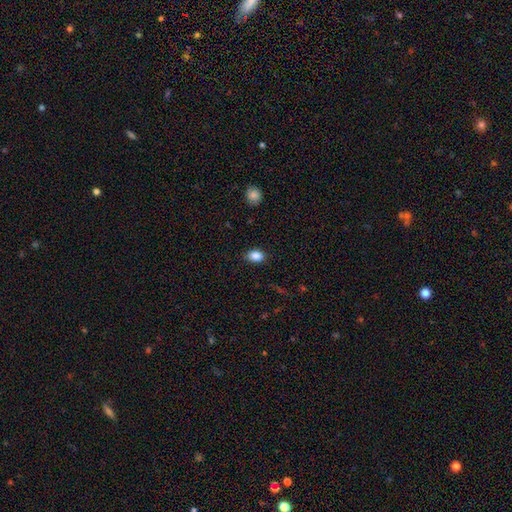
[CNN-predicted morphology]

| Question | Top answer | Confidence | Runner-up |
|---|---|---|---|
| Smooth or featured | smooth | 87% | star or artifact (9%) |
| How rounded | in between | 79% | round (20%) |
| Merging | none | 86% | minor disturbance (11%) |